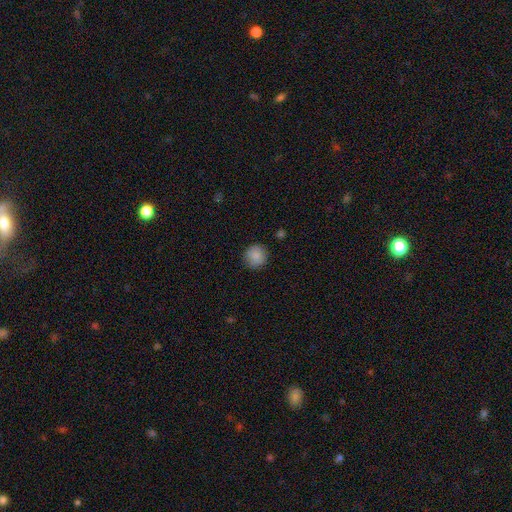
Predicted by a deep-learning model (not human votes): Smooth or featured? Predicted: smooth (p=0.88). How rounded? Predicted: round (p=0.92). Merging? Predicted: none (p=0.87).